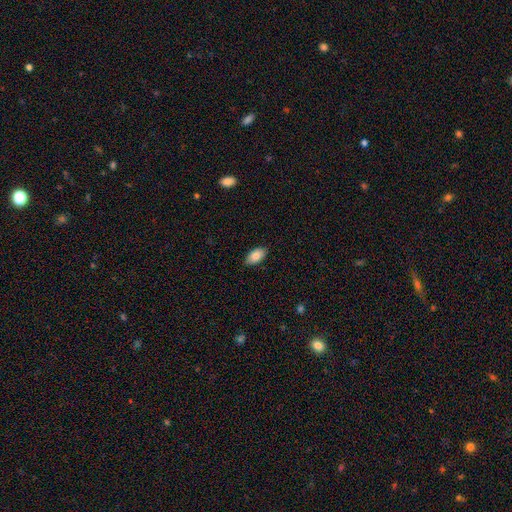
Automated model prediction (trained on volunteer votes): Morphology: type=smooth (86%); roundness=in between (94%); merging=none (87%).